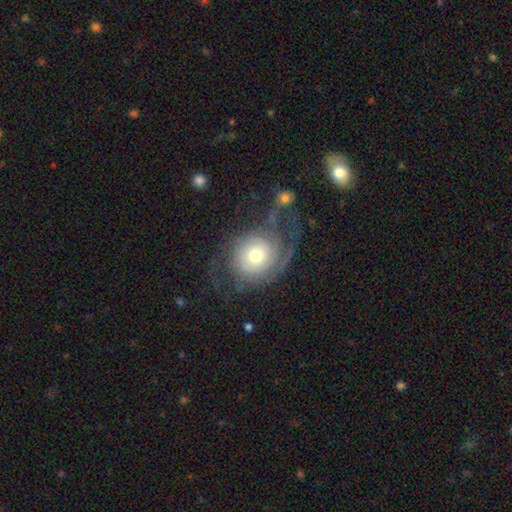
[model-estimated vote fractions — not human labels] This appears to be a featured or disk galaxy (71%) with no bar (80%), 2 (46%) tight (38%) spiral arms (88%) and a moderate central bulge (66%). Merging: none (47%).